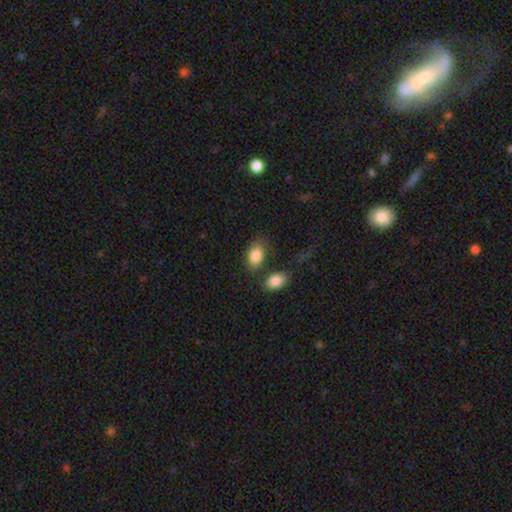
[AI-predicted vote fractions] smooth-or-featured: smooth: 87% | star or artifact: 7% | featured or disk: 6%
  how-rounded: in between: 87% | round: 12% | cigar-shaped: 1%
  merging: none: 64% | minor disturbance: 16% | merger: 14% | major disturbance: 6%